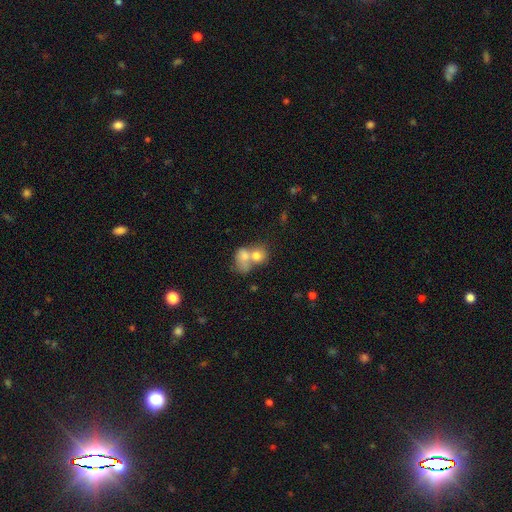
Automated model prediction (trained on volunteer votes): This is likely a smooth galaxy (66%). How rounded: likely round (60%). Merging: likely merger (66%).